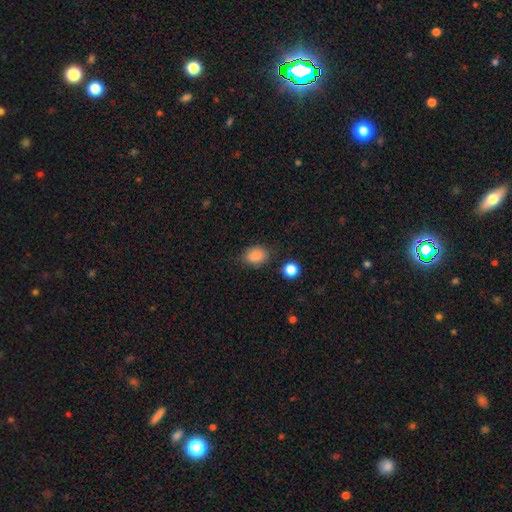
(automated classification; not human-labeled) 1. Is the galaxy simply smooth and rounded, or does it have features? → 87% smooth, 9% star or artifact, 4% featured or disk.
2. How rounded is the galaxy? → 68% in between, 31% round, 1% cigar-shaped.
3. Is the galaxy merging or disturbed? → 76% none, 16% minor disturbance, 4% major disturbance, 3% merger.